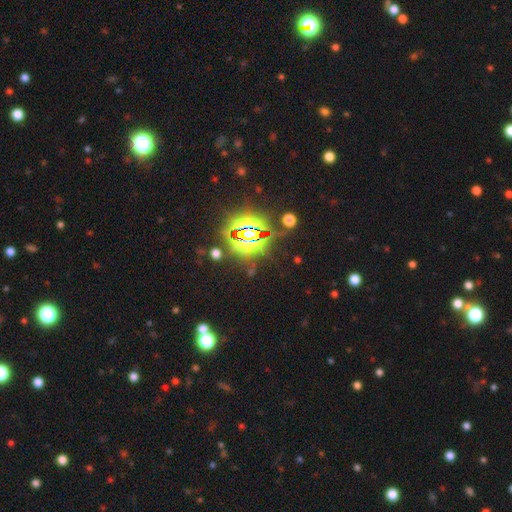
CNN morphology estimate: This is clearly a star or artifact rather than a galaxy (84%).